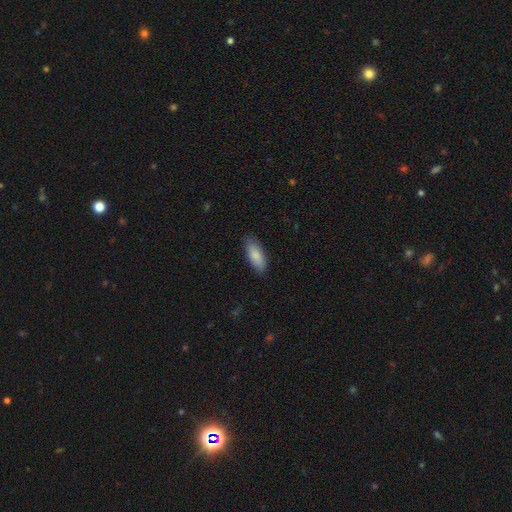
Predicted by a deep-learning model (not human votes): Overall: smooth (87%). How rounded: in between (74%). Merging: none (86%).